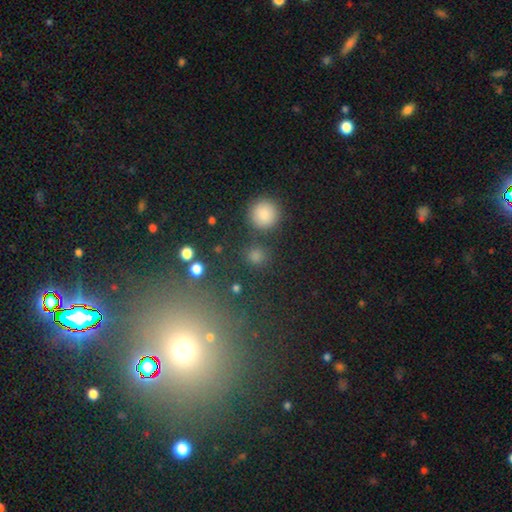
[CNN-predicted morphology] Overall: smooth (73%). How rounded: round (92%). Merging: none (88%).